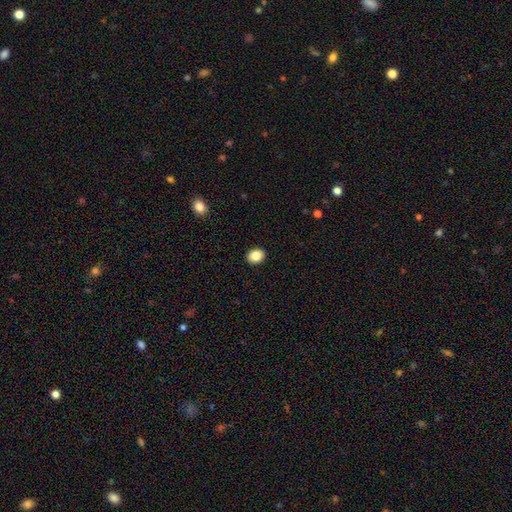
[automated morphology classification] A smooth galaxy with no disk features (87%) that is round (50%). Merging: none (92%).